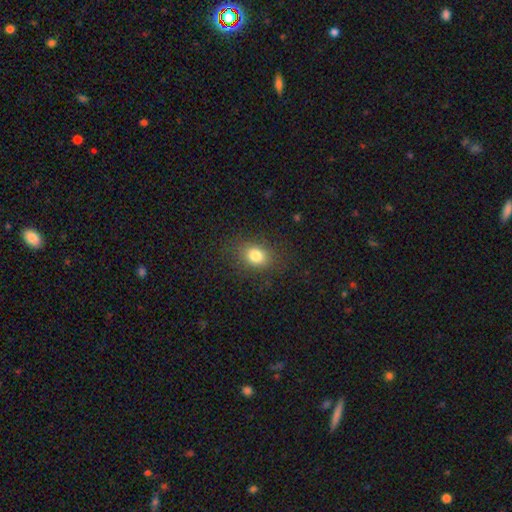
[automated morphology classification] A smooth galaxy with no disk features (81%) that is in between round and cigar-shaped (52%). Merging: none (83%).